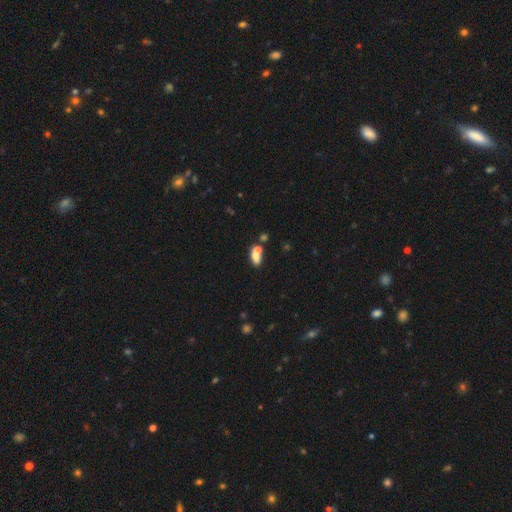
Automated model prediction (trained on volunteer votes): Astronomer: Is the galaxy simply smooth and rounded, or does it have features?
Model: smooth — 69%.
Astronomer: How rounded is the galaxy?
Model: in between — 83%.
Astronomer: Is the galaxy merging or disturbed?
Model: merger — 50% (runner-up: none, 33%).